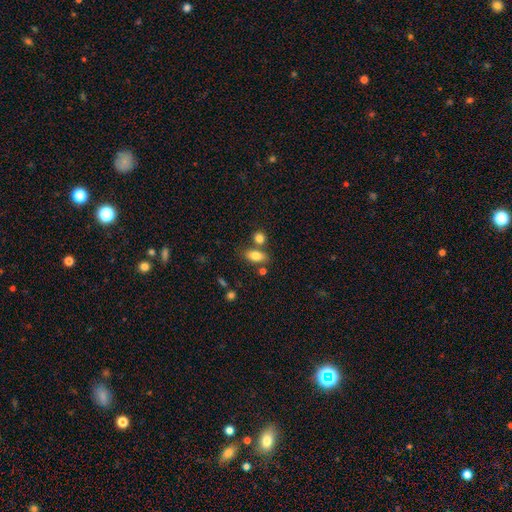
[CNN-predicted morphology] Q: Smooth or featured?
A: smooth (81%); runner-up: featured or disk (11%)
Q: How rounded?
A: in between (85%); runner-up: cigar-shaped (8%)
Q: Merging?
A: none (65%); runner-up: merger (20%)